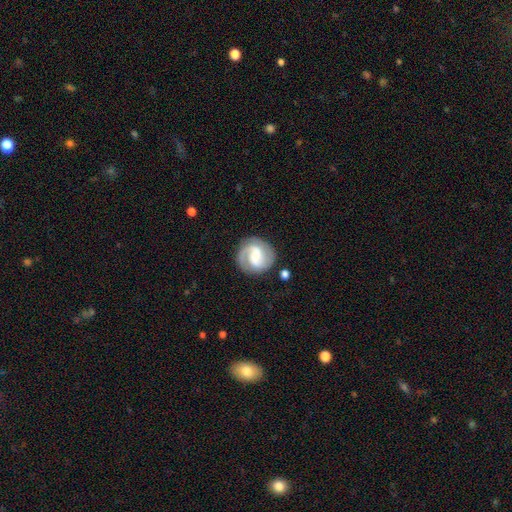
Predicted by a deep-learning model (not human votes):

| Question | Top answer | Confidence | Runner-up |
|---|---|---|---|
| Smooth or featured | featured or disk | 80% | smooth (15%) |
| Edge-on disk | no | 98% | yes (2%) |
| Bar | weak | 50% | strong (29%) |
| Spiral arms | yes | 95% | no (5%) |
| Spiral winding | medium | 47% | tight (39%) |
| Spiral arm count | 2 | 84% | can't tell (5%) |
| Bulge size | moderate | 41% | small (35%) |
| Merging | none | 80% | minor disturbance (12%) |